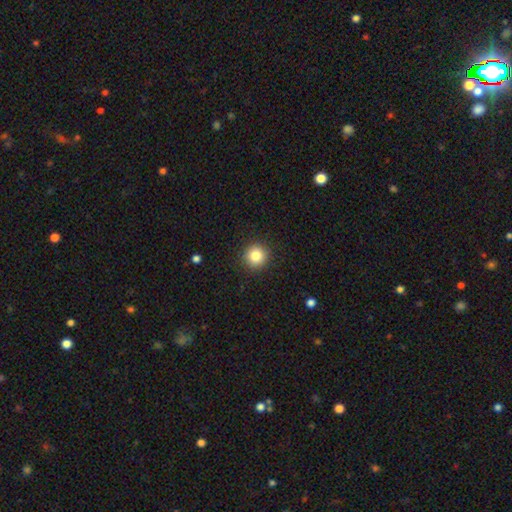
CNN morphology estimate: smooth 84%, star or artifact 11%, featured or disk 6%. Down the decision tree: how rounded — round (95%); merging — none (92%).